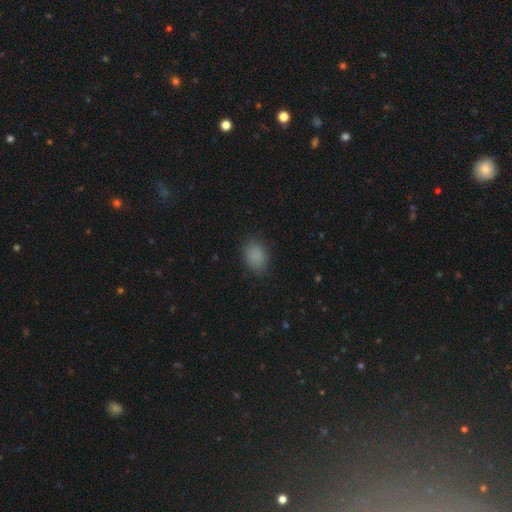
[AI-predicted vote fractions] smooth-or-featured: smooth: 86% | star or artifact: 10% | featured or disk: 4%
  how-rounded: in between: 71% | round: 27% | cigar-shaped: 1%
  merging: none: 84% | minor disturbance: 12% | major disturbance: 3% | merger: 1%